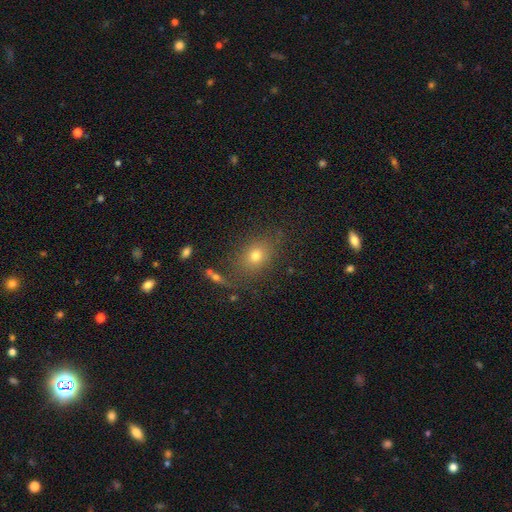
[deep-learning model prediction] A smooth galaxy with no disk features (71%) that is in between round and cigar-shaped (51%).

Vote fractions:
- Smooth or featured? smooth: 71% / star or artifact: 17% / featured or disk: 12%
- How rounded? in between: 51% / round: 47% / cigar-shaped: 2%
- Merging? none: 80% / minor disturbance: 12% / major disturbance: 5% / merger: 4%